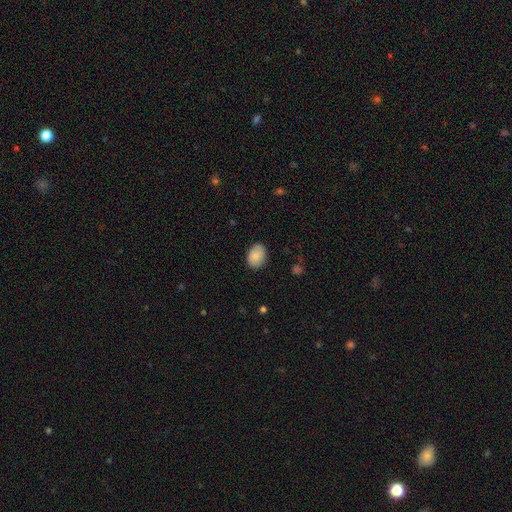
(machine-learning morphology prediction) Q: Smooth or featured?
A: smooth (85%); runner-up: featured or disk (8%)
Q: How rounded?
A: in between (73%); runner-up: round (26%)
Q: Merging?
A: none (84%); runner-up: minor disturbance (12%)